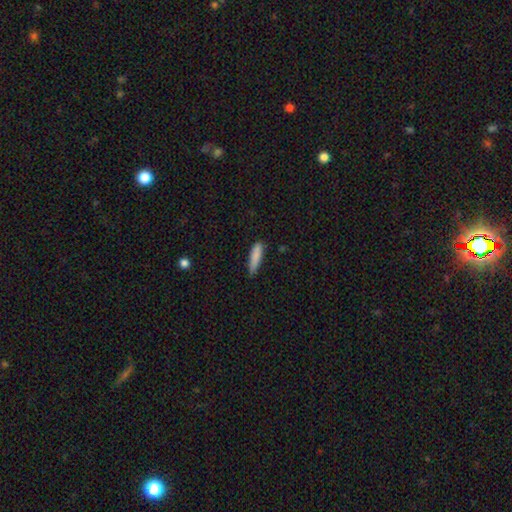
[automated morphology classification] Smooth or featured? smooth (85%)
How rounded? cigar-shaped (69%)
Merging? none (65%)